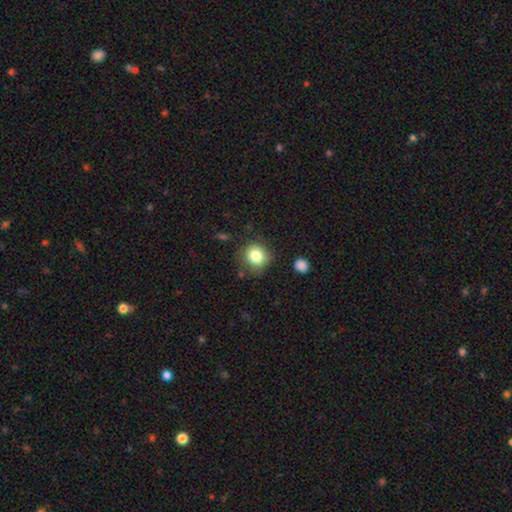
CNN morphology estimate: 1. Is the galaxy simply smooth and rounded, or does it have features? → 82% smooth, 10% star or artifact, 8% featured or disk.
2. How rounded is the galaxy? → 87% round, 12% in between, 1% cigar-shaped.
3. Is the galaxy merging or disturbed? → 80% none, 13% minor disturbance, 4% major disturbance, 3% merger.